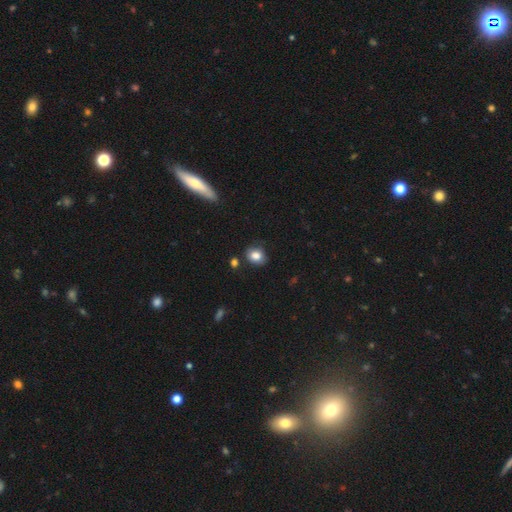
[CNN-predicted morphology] Overall: smooth (83%). How rounded: round (56%; in between 43%). Merging: none (78%).